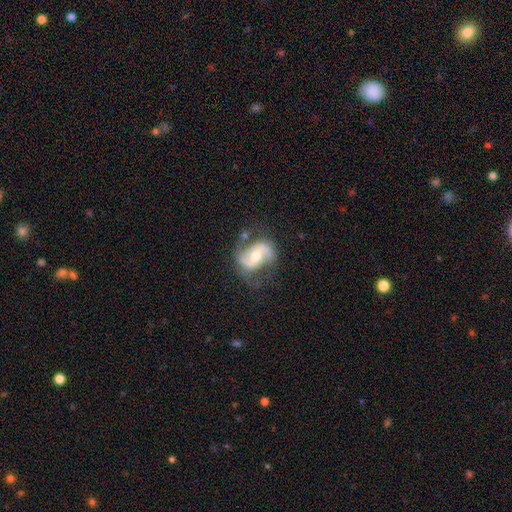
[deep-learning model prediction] Q: Smooth or featured?
A: featured or disk (85%); runner-up: smooth (10%)
Q: Edge-on disk?
A: no (97%); runner-up: yes (3%)
Q: Bar?
A: weak (42%); runner-up: strong (34%)
Q: Spiral arms?
A: yes (94%); runner-up: no (6%)
Q: Spiral winding?
A: medium (46%); runner-up: loose (40%)
Q: Spiral arm count?
A: 2 (90%); runner-up: can't tell (4%)
Q: Bulge size?
A: moderate (65%); runner-up: small (27%)
Q: Merging?
A: none (65%); runner-up: minor disturbance (20%)